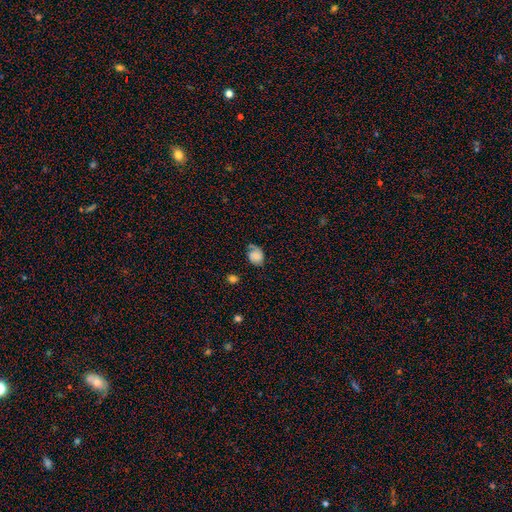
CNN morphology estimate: smooth 60%, featured or disk 29%, star or artifact 11%. Down the decision tree: how rounded — in between (58%); merging — none (56%).